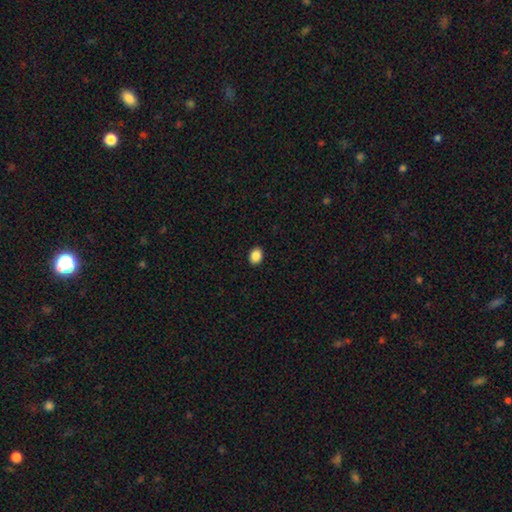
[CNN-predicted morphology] This is clearly a smooth galaxy (88%). How rounded: possibly in between (59%). Merging: clearly none (92%).